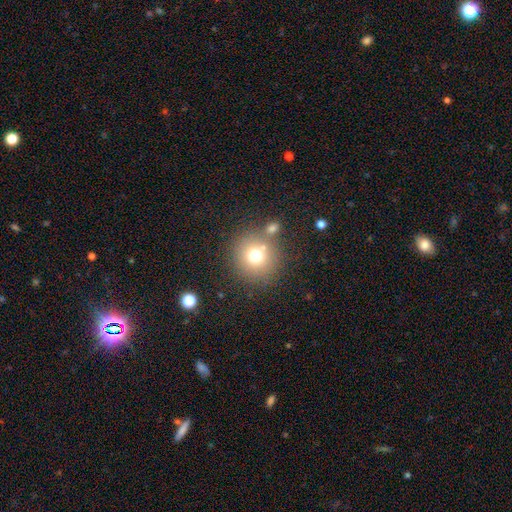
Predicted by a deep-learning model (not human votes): This is likely a smooth galaxy (73%). How rounded: clearly round (91%). Merging: likely none (73%).